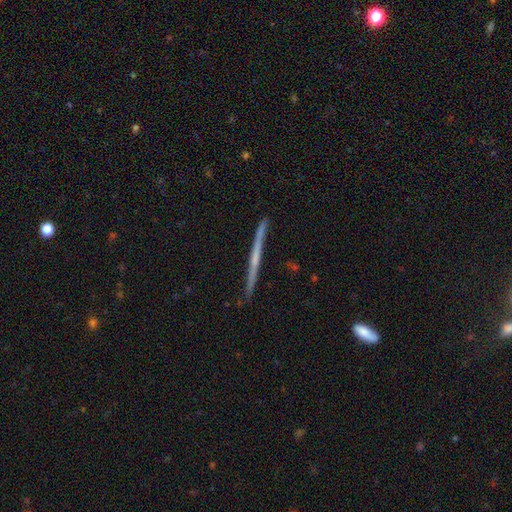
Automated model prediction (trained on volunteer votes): This is likely a featured or disk galaxy (69%). It is clearly viewed edge-on (98%). Edge-on bulge: likely none (68%). Merging: clearly none (89%).